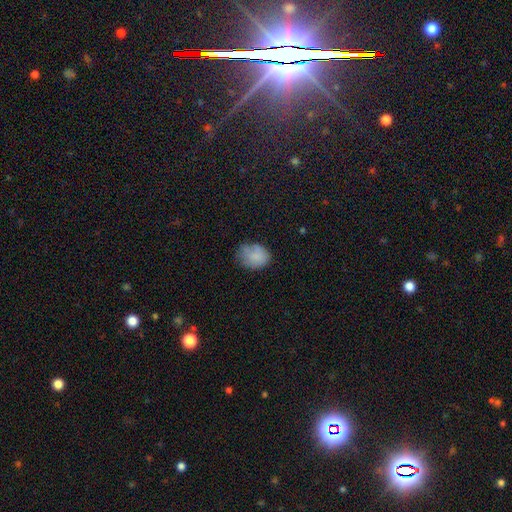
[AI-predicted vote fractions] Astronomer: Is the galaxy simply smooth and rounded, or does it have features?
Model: smooth — 79%.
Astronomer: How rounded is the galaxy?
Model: in between — 60% (runner-up: round, 39%).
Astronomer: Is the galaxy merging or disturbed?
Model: none — 55% (runner-up: minor disturbance, 31%).